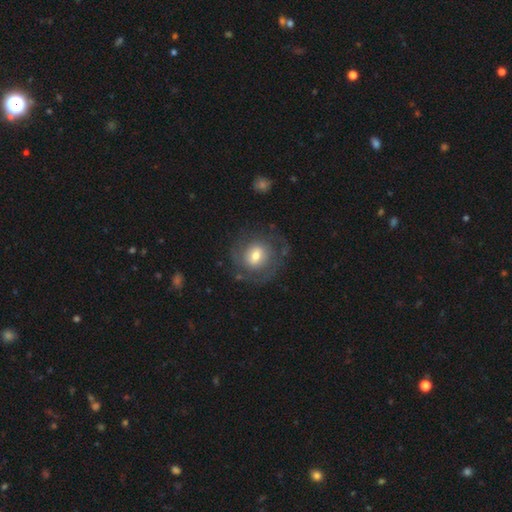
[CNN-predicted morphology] smooth-or-featured: featured or disk: 53% | smooth: 40% | star or artifact: 7%
  disk-edge-on: no: 97% | yes: 3%
    bar: no: 52% | weak: 38% | strong: 10%
    has-spiral-arms: yes: 67% | no: 33%
    bulge-size: moderate: 63% | small: 21% | large: 13% | dominant: 1% | none: 1%
  merging: none: 66% | minor disturbance: 17% | major disturbance: 14% | merger: 2%